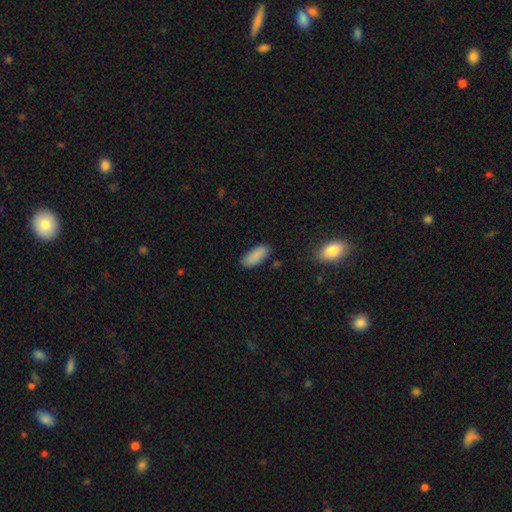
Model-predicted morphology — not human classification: A smooth galaxy with no disk features (88%) that is in between round and cigar-shaped (79%).

Vote fractions:
- Smooth or featured? smooth: 88% / star or artifact: 7% / featured or disk: 5%
- How rounded? in between: 79% / cigar-shaped: 19% / round: 2%
- Merging? none: 81% / minor disturbance: 14% / major disturbance: 3% / merger: 2%